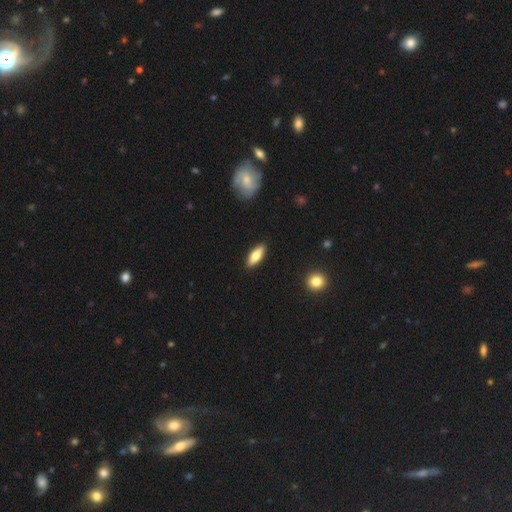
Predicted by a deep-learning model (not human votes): Q: Smooth or featured?
A: smooth (68%); runner-up: featured or disk (26%)
Q: How rounded?
A: in between (64%); runner-up: cigar-shaped (34%)
Q: Merging?
A: none (89%); runner-up: minor disturbance (8%)